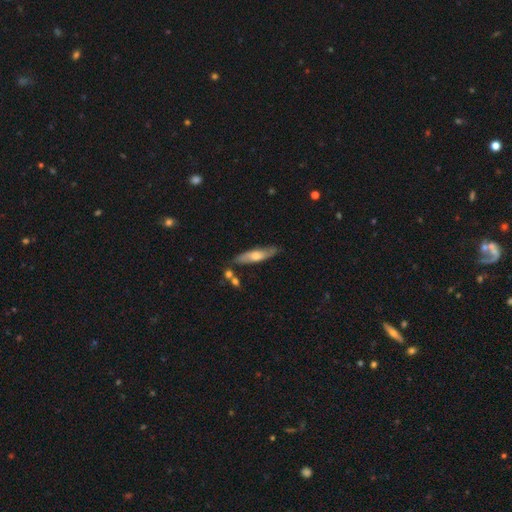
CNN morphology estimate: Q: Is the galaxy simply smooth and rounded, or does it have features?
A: smooth — 50%.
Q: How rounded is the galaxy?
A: cigar-shaped — 72%.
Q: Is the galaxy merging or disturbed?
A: none — 77%.